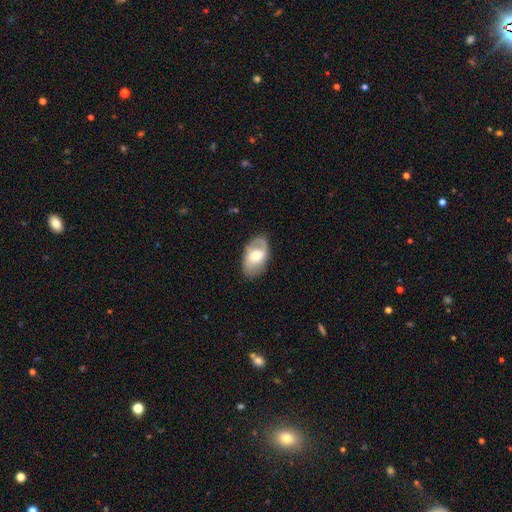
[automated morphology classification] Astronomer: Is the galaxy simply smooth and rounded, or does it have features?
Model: featured or disk — 52% (runner-up: smooth, 42%).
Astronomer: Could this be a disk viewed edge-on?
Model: no — 92%.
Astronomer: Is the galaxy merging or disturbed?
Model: none — 77%.